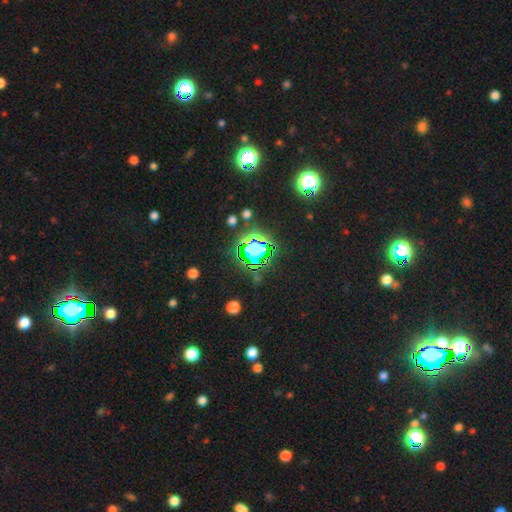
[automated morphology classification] This is likely a star or artifact rather than a galaxy (73%).